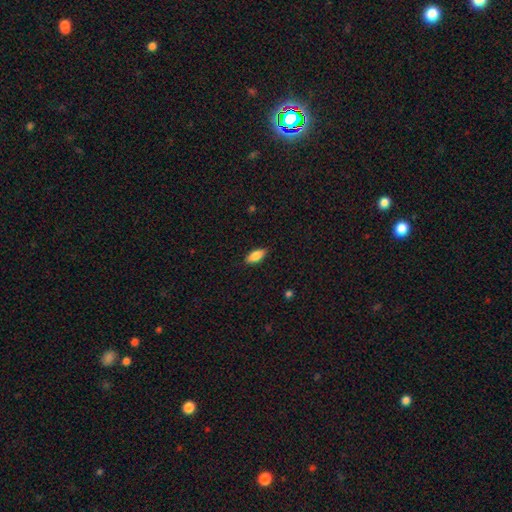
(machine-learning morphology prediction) smooth 84%, featured or disk 9%, star or artifact 7%. Down the decision tree: how rounded — in between (82%); merging — none (86%).